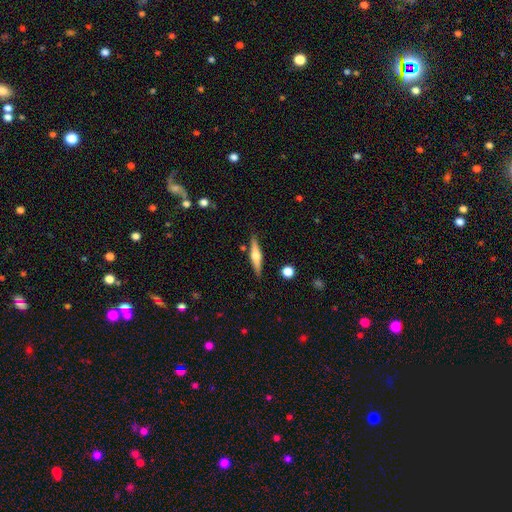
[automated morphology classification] Overall: featured or disk (60%; smooth 34%). Edge-on disk: yes (96%). Edge-on bulge: rounded (91%). Merging: none (87%).